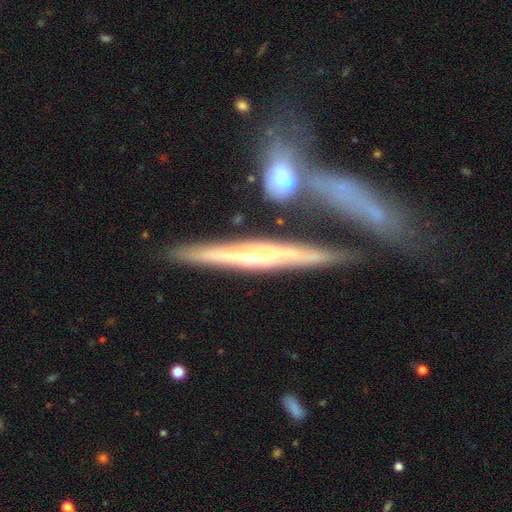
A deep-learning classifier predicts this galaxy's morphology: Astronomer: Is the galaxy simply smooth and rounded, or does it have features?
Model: featured or disk — 71%.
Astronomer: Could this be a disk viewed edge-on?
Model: yes — 91%.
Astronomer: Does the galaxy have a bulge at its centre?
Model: rounded — 52% (runner-up: none, 36%).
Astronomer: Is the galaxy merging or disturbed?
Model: none — 65%.